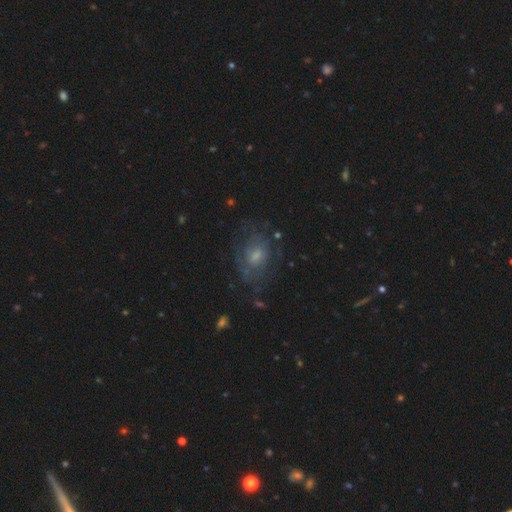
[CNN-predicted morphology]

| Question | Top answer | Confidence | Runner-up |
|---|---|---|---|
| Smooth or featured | featured or disk | 49% | smooth (34%) |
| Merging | none | 64% | minor disturbance (20%) |